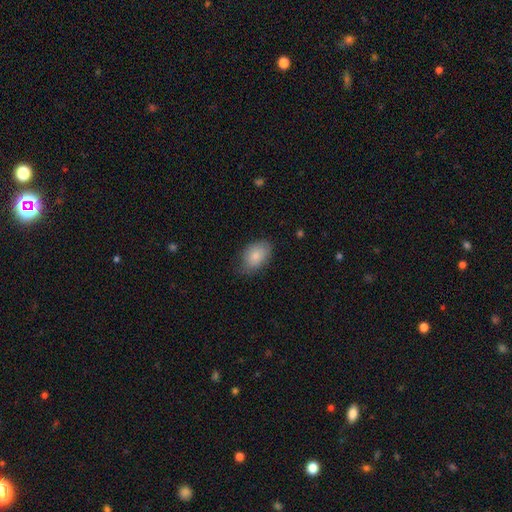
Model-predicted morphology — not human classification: type=smooth (84%); roundness=in between (85%); merging=none (70%).